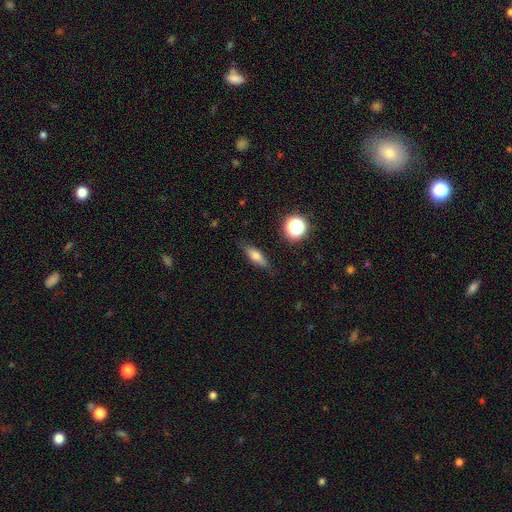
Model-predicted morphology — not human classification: Smooth or featured?
  - smooth: 64% *
  - featured or disk: 26%
  - star or artifact: 10%
How rounded?
  - in between: 53% *
  - cigar-shaped: 41%
  - round: 6%
Merging?
  - none: 81% *
  - minor disturbance: 15%
  - major disturbance: 3%
  - merger: 2%